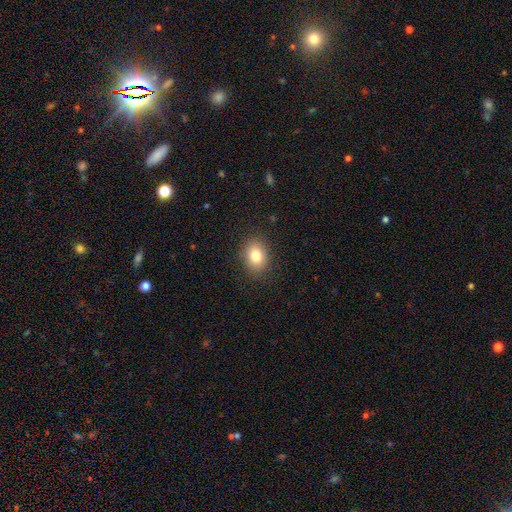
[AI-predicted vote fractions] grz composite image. It shows a smooth galaxy with no disk features (82%) that is in between round and cigar-shaped (62%). Merging: none (88%).